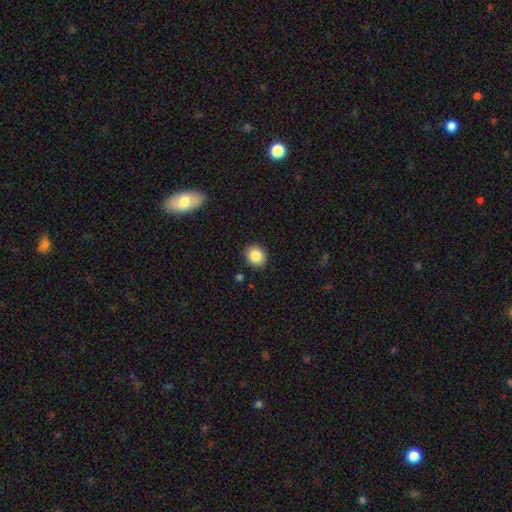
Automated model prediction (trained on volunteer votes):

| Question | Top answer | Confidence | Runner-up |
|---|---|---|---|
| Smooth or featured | smooth | 86% | star or artifact (9%) |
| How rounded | round | 74% | in between (25%) |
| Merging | none | 89% | minor disturbance (7%) |